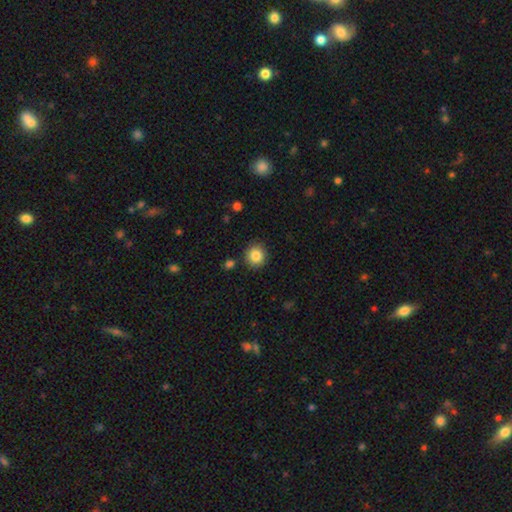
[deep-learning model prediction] smooth-or-featured: smooth: 86% | star or artifact: 9% | featured or disk: 5%
  how-rounded: round: 89% | in between: 10% | cigar-shaped: 1%
  merging: none: 87% | minor disturbance: 8% | merger: 3% | major disturbance: 2%